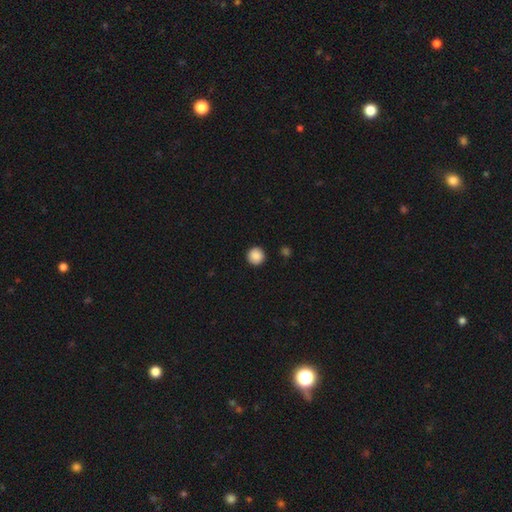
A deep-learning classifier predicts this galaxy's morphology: This appears to be a smooth galaxy with no disk features (88%) that is round (95%). Merging: none (92%).